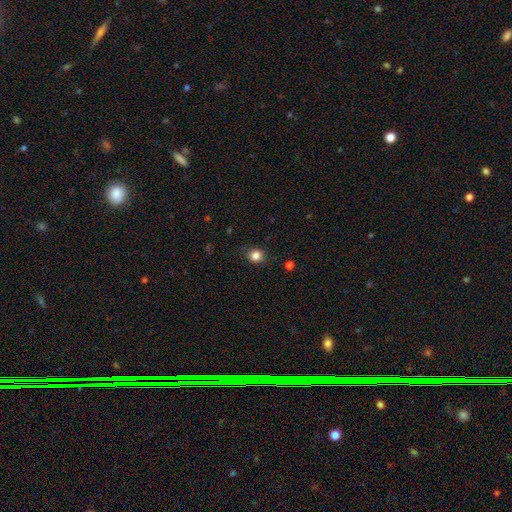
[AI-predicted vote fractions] smooth_or_featured: smooth (p=0.83) [alt: star or artifact p=0.12]
how_rounded: round (p=0.79) [alt: in between p=0.20]
merging: none (p=0.86) [alt: minor disturbance p=0.10]